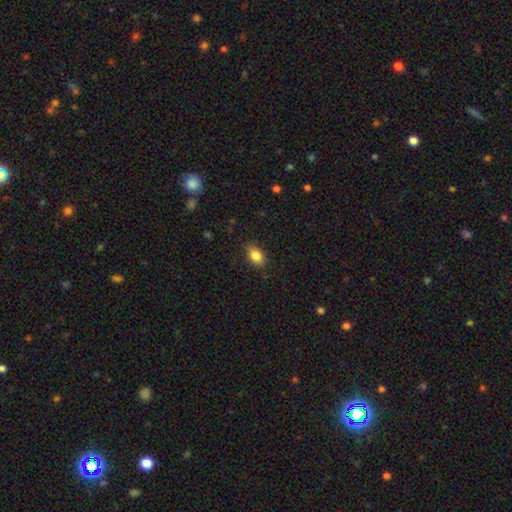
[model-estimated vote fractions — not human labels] A smooth galaxy with no disk features (84%) that is in between round and cigar-shaped (81%). Merging: none (85%).